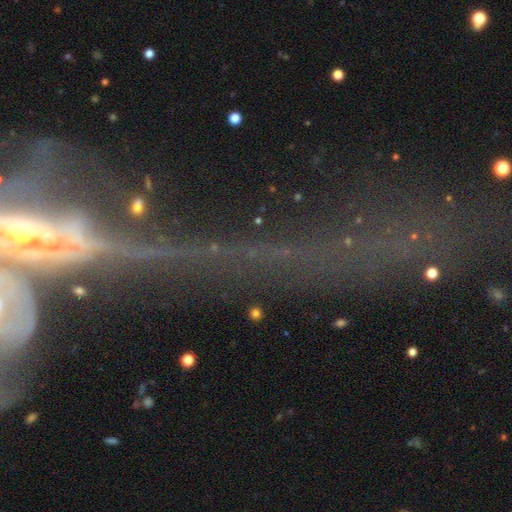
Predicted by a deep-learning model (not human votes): This is possibly a star or artifact rather than a galaxy (58%).